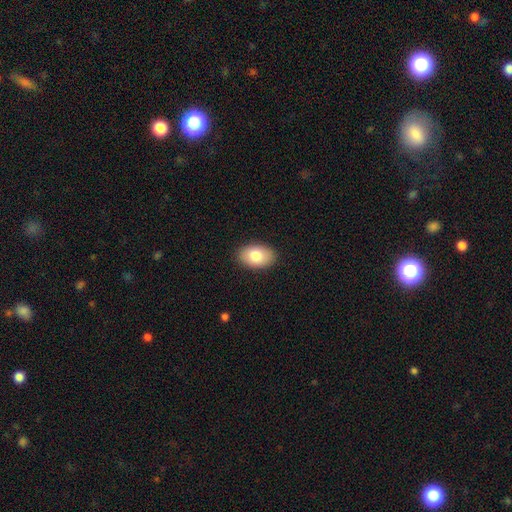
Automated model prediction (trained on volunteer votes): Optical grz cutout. It shows a smooth galaxy with no disk features (80%) that is in between round and cigar-shaped (89%). Merging: none (89%).